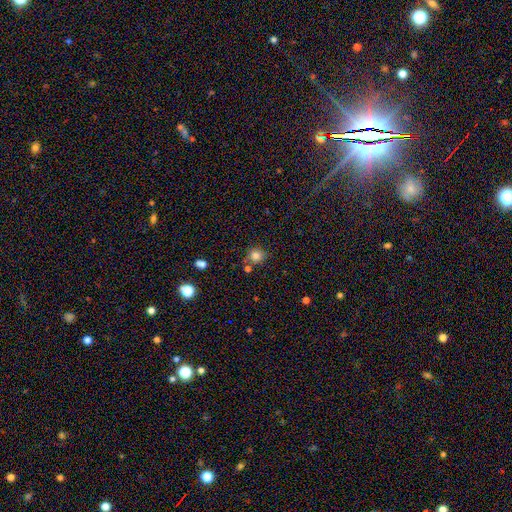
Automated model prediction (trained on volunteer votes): Smooth or featured? smooth (81%)
How rounded? round (83%)
Merging? none (68%)